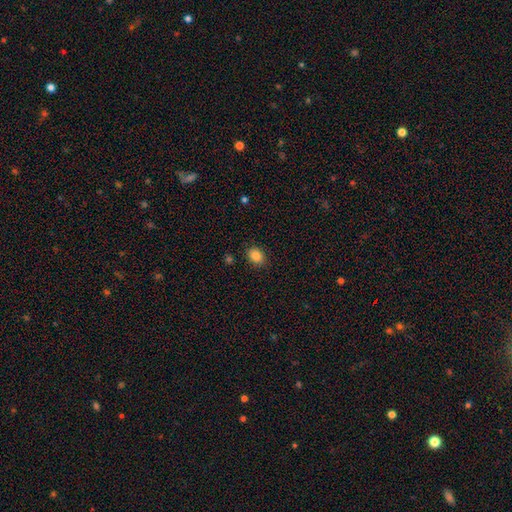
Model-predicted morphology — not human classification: A smooth galaxy with no disk features (86%) that is in between round and cigar-shaped (61%).

Vote fractions:
- Smooth or featured? smooth: 86% / star or artifact: 10% / featured or disk: 4%
- How rounded? in between: 61% / round: 38% / cigar-shaped: 1%
- Merging? none: 87% / minor disturbance: 9% / major disturbance: 3% / merger: 2%